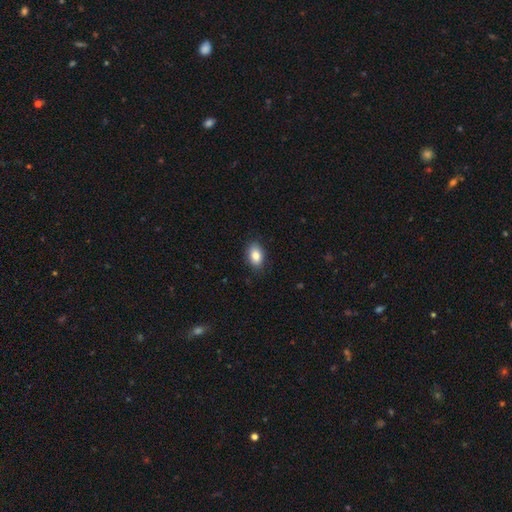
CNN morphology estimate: type=smooth (85%); roundness=in between (87%); merging=none (85%).